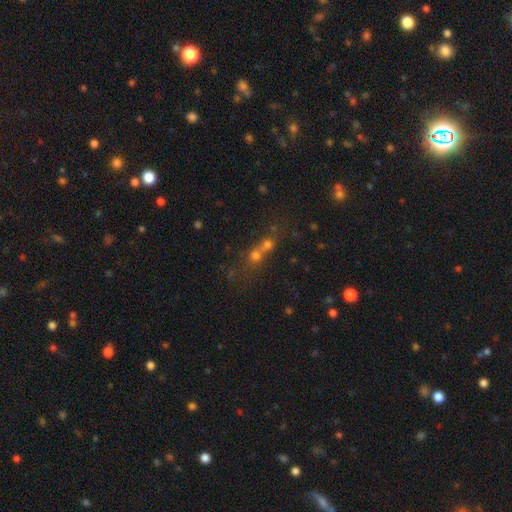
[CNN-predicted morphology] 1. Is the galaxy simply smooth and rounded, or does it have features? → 60% smooth, 22% star or artifact, 18% featured or disk.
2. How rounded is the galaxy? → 80% round, 17% in between, 3% cigar-shaped.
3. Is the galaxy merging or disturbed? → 59% merger, 31% none, 5% minor disturbance, 4% major disturbance.